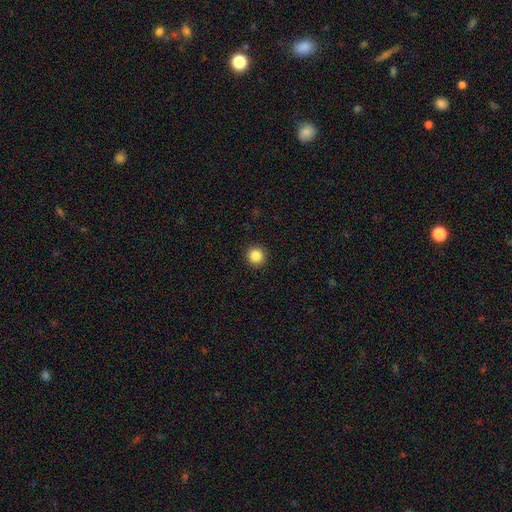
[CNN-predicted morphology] A smooth galaxy with no disk features (86%) that is round (95%).

Vote fractions:
- Smooth or featured? smooth: 86% / star or artifact: 10% / featured or disk: 4%
- How rounded? round: 95% / in between: 4% / cigar-shaped: 1%
- Merging? none: 93% / minor disturbance: 4% / major disturbance: 2% / merger: 1%